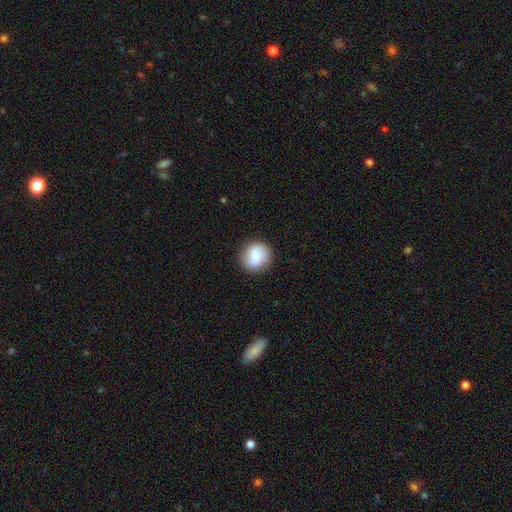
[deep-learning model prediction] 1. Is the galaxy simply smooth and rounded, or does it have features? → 65% smooth, 27% featured or disk, 8% star or artifact.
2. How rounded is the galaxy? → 89% round, 10% in between, 1% cigar-shaped.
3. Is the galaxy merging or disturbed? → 87% none, 9% minor disturbance, 3% major disturbance, 1% merger.